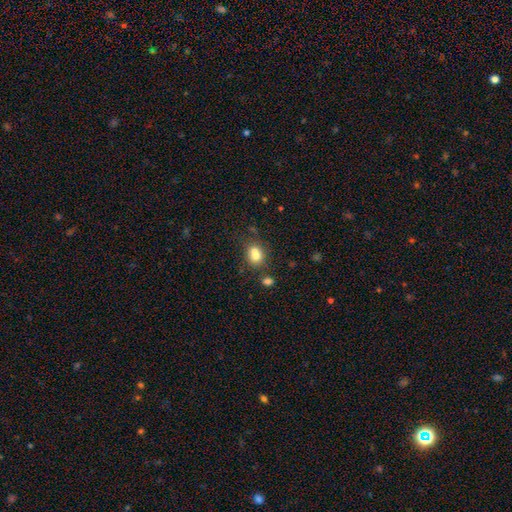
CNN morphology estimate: The model was most divided on "merging": none: 43%, merger: 39%, minor disturbance: 13%, major disturbance: 5%. More confident: smooth or featured — smooth (76%); how rounded — round (54%).